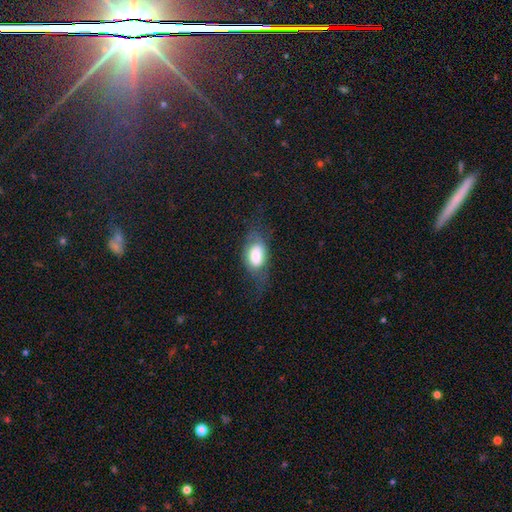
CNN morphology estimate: Smooth or featured: smooth — 69% (featured or disk — 23%)
How rounded: in between — 86% (round — 11%)
Merging: none — 47% (minor disturbance — 26%)